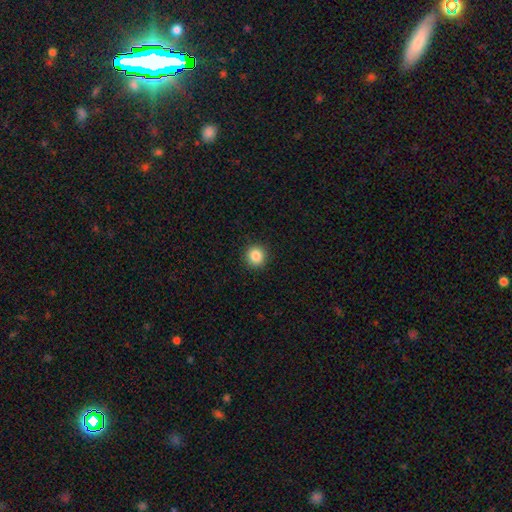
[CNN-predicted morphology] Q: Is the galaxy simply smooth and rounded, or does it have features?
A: smooth — 86%.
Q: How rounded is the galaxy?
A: round — 93%.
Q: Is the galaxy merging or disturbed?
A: none — 92%.